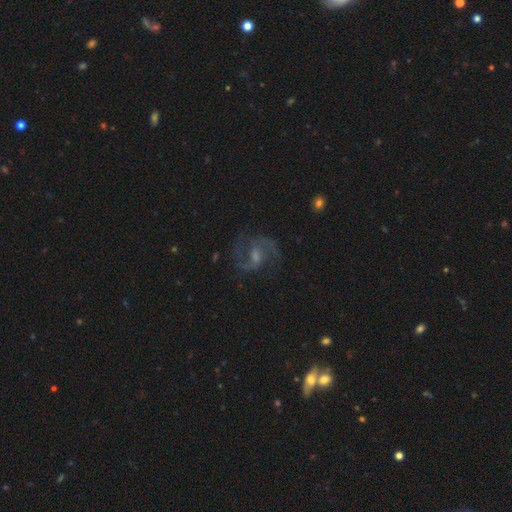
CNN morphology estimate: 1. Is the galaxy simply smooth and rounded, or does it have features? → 86% featured or disk, 8% star or artifact, 6% smooth.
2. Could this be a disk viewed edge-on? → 98% no, 2% yes.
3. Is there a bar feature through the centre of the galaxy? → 57% weak, 24% no, 19% strong.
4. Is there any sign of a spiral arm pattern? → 97% yes, 3% no.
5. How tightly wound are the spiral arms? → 62% medium, 25% loose, 14% tight.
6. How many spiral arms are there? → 90% 2, 3% can't tell, 3% 3, 2% 1, 1% 4, 1% more than 4.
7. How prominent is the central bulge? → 37% small, 35% moderate, 20% none, 6% large, 1% dominant.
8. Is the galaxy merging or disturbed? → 77% none, 13% minor disturbance, 8% major disturbance, 2% merger.